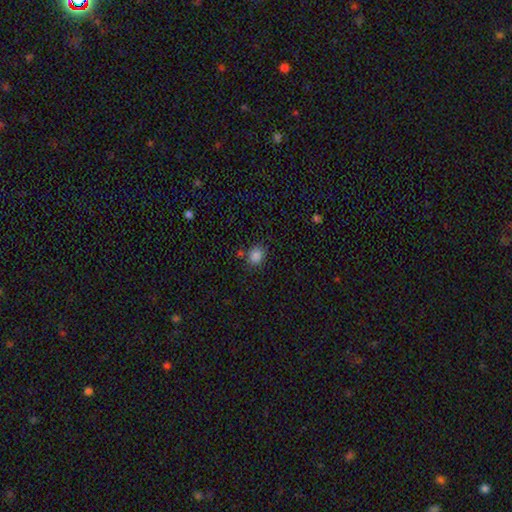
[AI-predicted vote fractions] Q: Smooth or featured?
A: smooth (85%); runner-up: star or artifact (11%)
Q: How rounded?
A: round (65%); runner-up: in between (34%)
Q: Merging?
A: none (78%); runner-up: minor disturbance (12%)